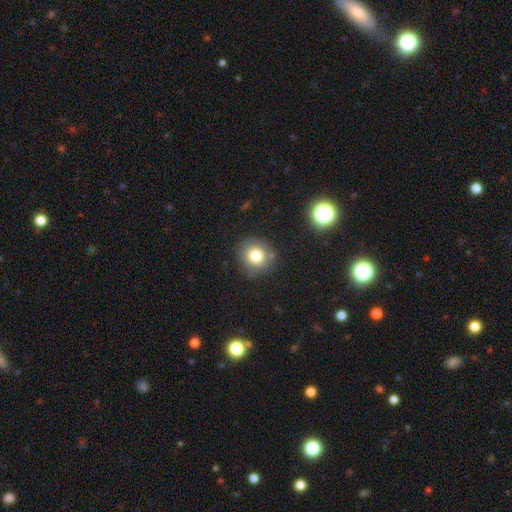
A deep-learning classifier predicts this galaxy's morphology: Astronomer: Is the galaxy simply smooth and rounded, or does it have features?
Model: smooth — 78%.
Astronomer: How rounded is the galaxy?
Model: round — 87%.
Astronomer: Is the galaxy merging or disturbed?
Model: none — 84%.